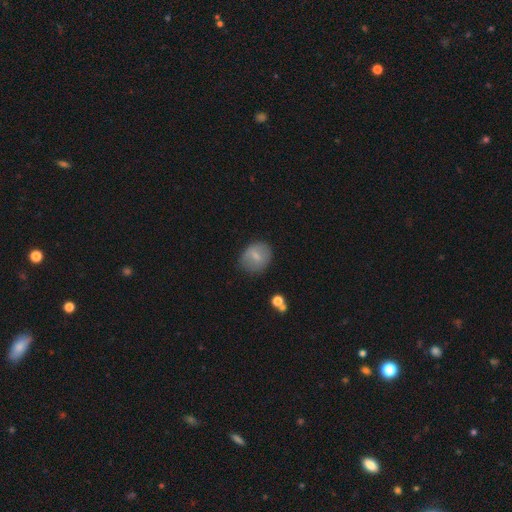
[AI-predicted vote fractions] Smooth or featured?
  - smooth: 68% *
  - featured or disk: 24%
  - star or artifact: 9%
How rounded?
  - round: 56% *
  - in between: 42%
  - cigar-shaped: 2%
Merging?
  - none: 73% *
  - minor disturbance: 19%
  - major disturbance: 6%
  - merger: 2%